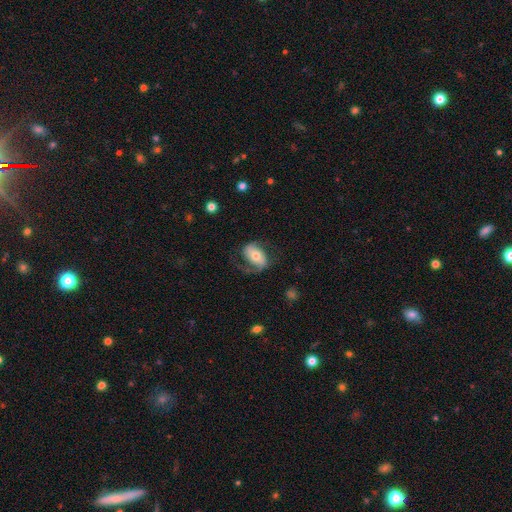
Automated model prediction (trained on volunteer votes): Smooth or featured: featured or disk — 66% (smooth — 28%)
Edge-on disk: no — 95% (yes — 5%)
Bar: strong — 38% (no — 32%)
Spiral arms: yes — 86% (no — 14%)
Spiral winding: loose — 44% (medium — 41%)
Spiral arm count: 2 — 74% (1 — 18%)
Bulge size: moderate — 63% (small — 26%)
Merging: none — 57% (major disturbance — 23%)